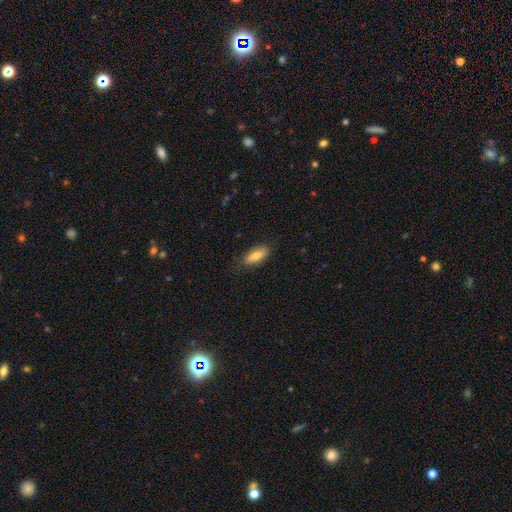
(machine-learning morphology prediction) A smooth galaxy with no disk features (79%) that is in between round and cigar-shaped (72%). Merging: none (81%).